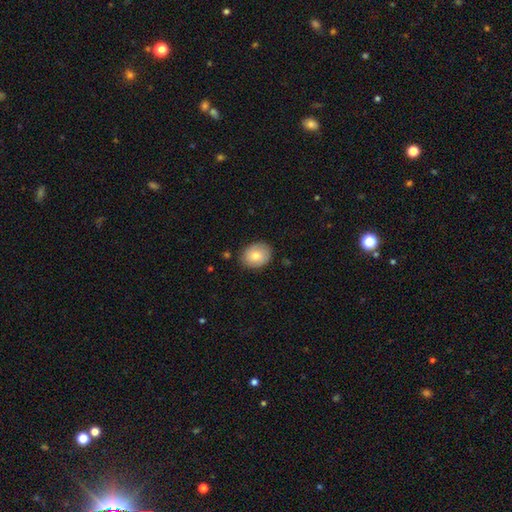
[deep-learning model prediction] Q: Smooth or featured?
A: smooth (75%); runner-up: featured or disk (18%)
Q: How rounded?
A: in between (50%); runner-up: round (49%)
Q: Merging?
A: none (82%); runner-up: minor disturbance (14%)